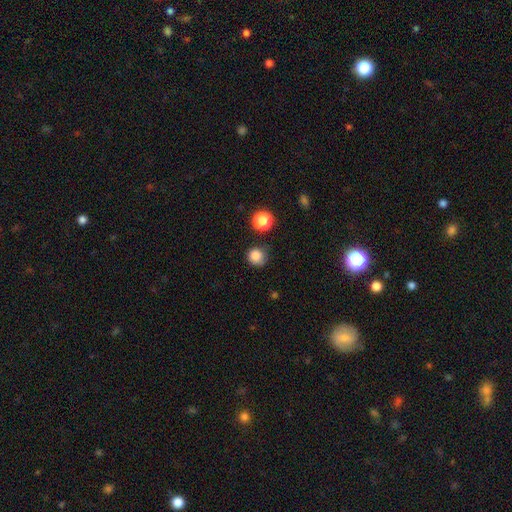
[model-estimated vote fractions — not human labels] smooth-or-featured: smooth: 84% | star or artifact: 12% | featured or disk: 5%
  how-rounded: round: 91% | in between: 8% | cigar-shaped: 1%
  merging: none: 76% | minor disturbance: 16% | major disturbance: 5% | merger: 4%